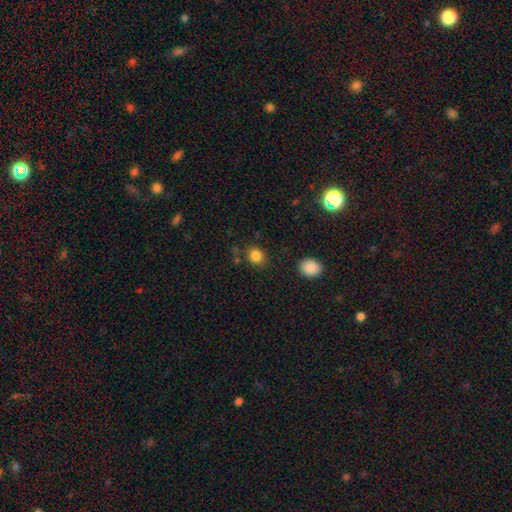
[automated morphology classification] Smooth or featured? Predicted: smooth (p=0.84). How rounded? Predicted: round (p=0.65). Merging? Predicted: none (p=0.80).